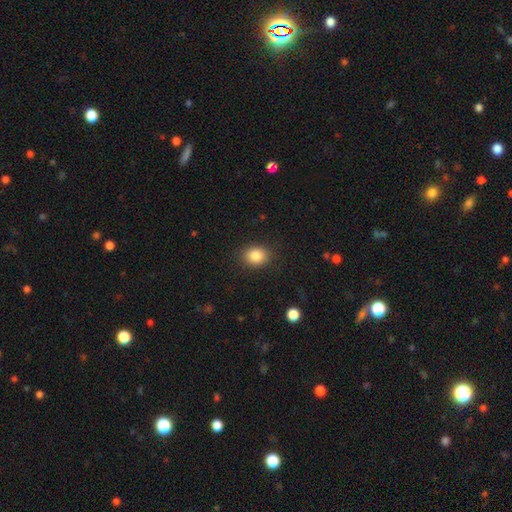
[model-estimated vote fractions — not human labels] smooth 85%, star or artifact 10%, featured or disk 6%. Down the decision tree: how rounded — round (57%); merging — none (87%).